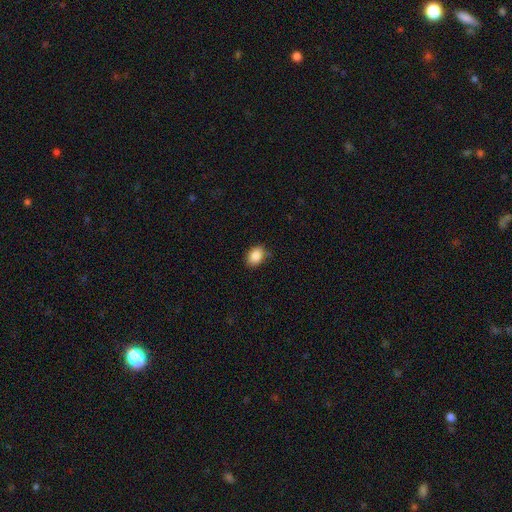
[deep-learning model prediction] Smooth or featured? Predicted: smooth (p=0.87). How rounded? Predicted: in between (p=0.69). Merging? Predicted: none (p=0.78).